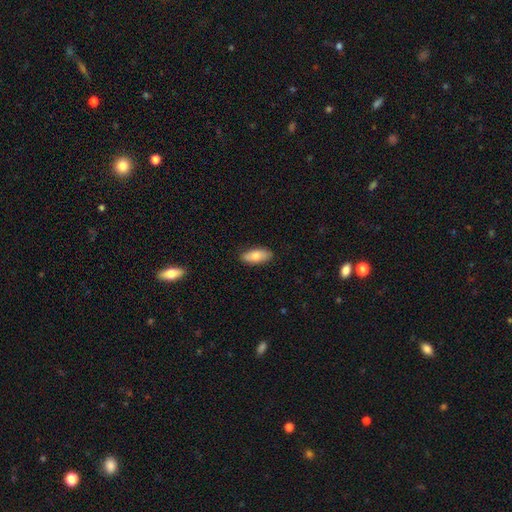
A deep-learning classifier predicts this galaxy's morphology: smooth_or_featured: smooth (p=0.79) [alt: featured or disk p=0.15]
how_rounded: in between (p=0.84) [alt: cigar-shaped p=0.13]
merging: none (p=0.86) [alt: minor disturbance p=0.11]